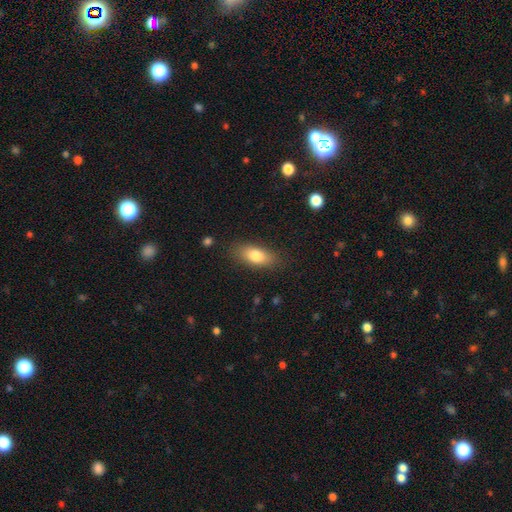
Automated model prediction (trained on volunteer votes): Smooth or featured? Predicted: smooth (p=0.79). How rounded? Predicted: in between (p=0.82). Merging? Predicted: none (p=0.83).